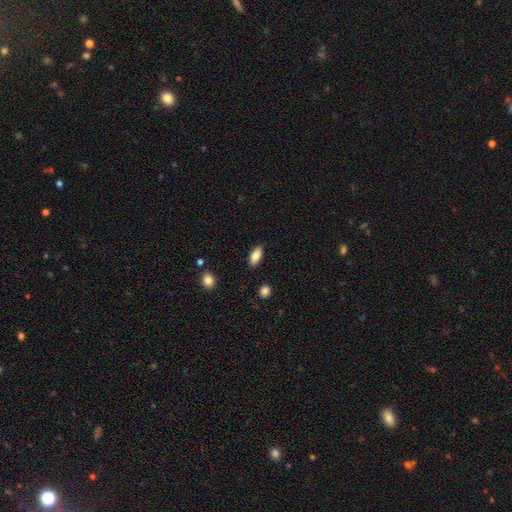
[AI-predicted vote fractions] Overall: smooth (85%). How rounded: in between (87%). Merging: none (87%).